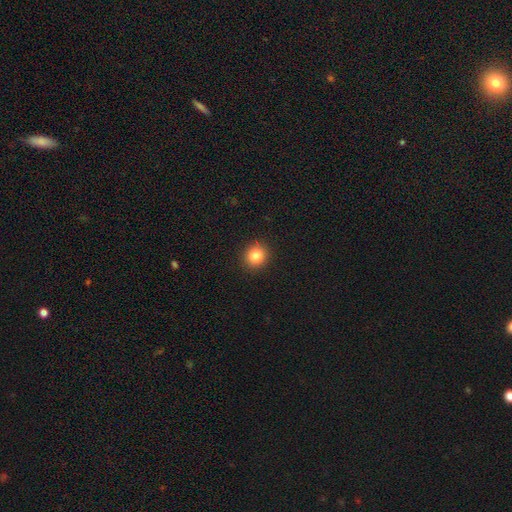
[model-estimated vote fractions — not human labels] This is clearly a smooth galaxy (84%). How rounded: clearly round (86%). Merging: clearly none (91%).